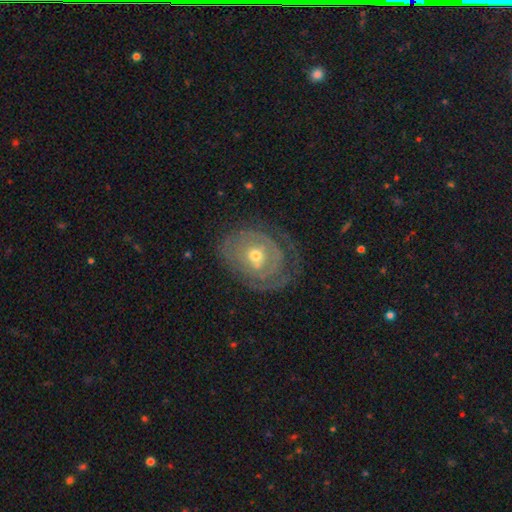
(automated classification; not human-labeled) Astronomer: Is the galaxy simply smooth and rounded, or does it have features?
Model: featured or disk — 73%.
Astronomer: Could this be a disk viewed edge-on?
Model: no — 95%.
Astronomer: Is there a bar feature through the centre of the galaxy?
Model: no — 75%.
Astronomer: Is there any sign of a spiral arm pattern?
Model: yes — 66%.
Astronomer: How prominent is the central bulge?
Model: moderate — 55% (runner-up: small, 40%).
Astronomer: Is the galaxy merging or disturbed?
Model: none — 55%.